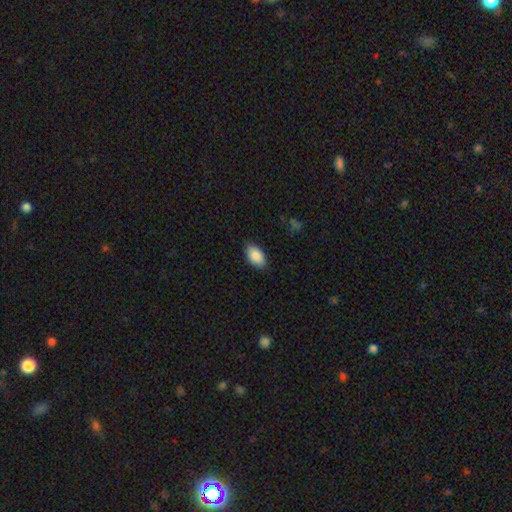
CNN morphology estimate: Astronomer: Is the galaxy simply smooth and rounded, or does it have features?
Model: smooth — 89%.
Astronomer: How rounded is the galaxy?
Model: in between — 94%.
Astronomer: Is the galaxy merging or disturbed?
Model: none — 85%.